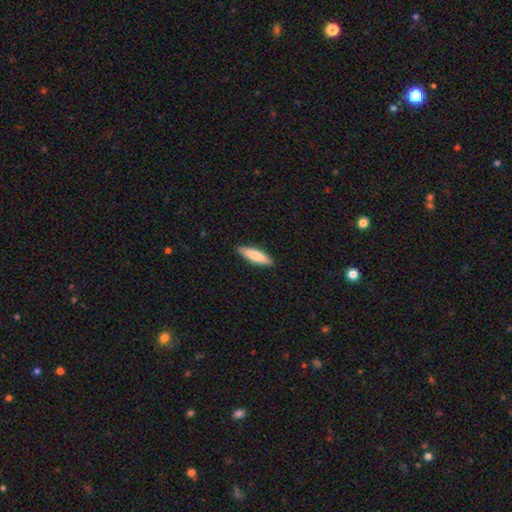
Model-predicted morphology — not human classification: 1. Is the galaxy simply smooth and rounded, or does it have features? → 79% smooth, 16% featured or disk, 5% star or artifact.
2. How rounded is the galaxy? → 70% cigar-shaped, 28% in between, 1% round.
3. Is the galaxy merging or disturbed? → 89% none, 8% minor disturbance, 2% major disturbance, 1% merger.